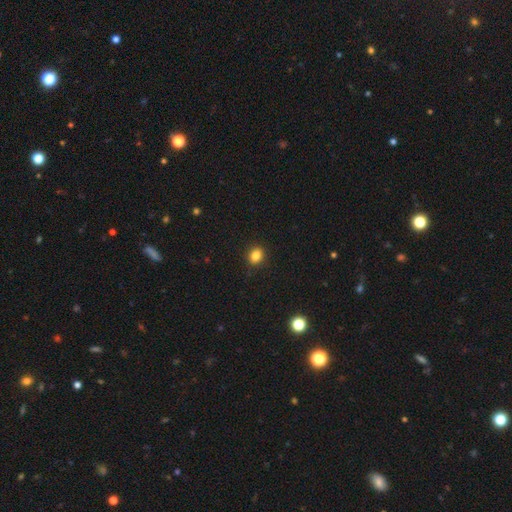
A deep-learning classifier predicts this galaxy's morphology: A smooth galaxy with no disk features (85%) that is round (55%).

Vote fractions:
- Smooth or featured? smooth: 85% / star or artifact: 11% / featured or disk: 4%
- How rounded? round: 55% / in between: 44% / cigar-shaped: 1%
- Merging? none: 90% / minor disturbance: 7% / major disturbance: 2% / merger: 1%